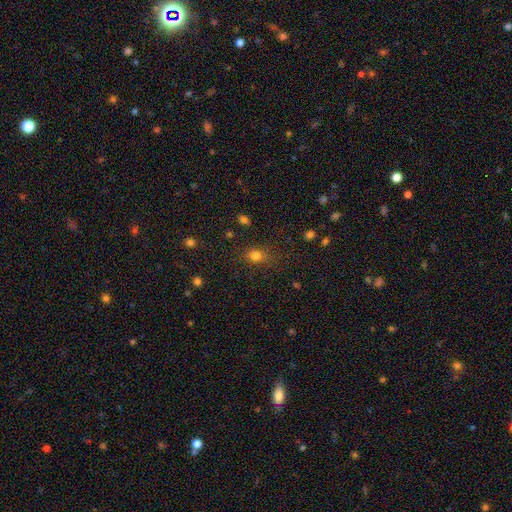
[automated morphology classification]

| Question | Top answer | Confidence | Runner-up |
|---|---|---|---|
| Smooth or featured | smooth | 78% | star or artifact (15%) |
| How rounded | in between | 50% | round (48%) |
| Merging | none | 75% | minor disturbance (16%) |